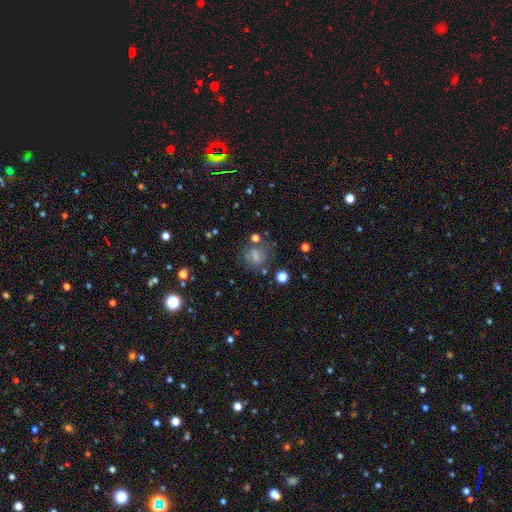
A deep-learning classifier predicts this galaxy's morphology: This appears to be a smooth galaxy with no disk features (64%) that is round (59%). Merging: none (58%).